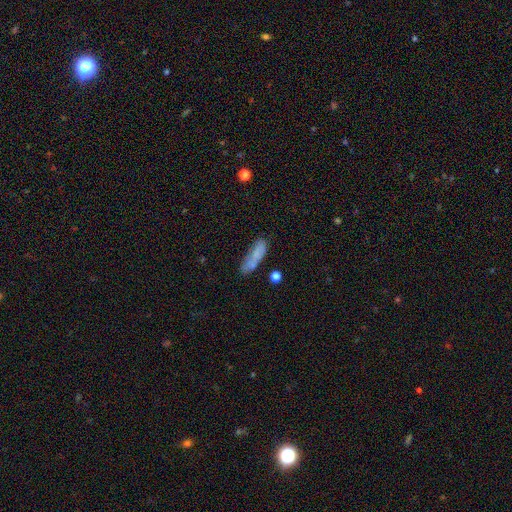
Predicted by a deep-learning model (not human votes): A smooth galaxy with no disk features (72%) that is cigar-shaped (60%). Merging: none (55%).